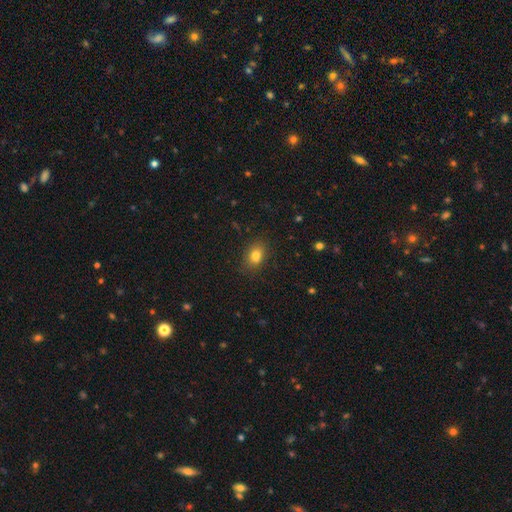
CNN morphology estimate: The model was most divided on "how rounded": in between: 72%, round: 26%, cigar-shaped: 2%. More confident: merging — none (83%); smooth or featured — smooth (81%).